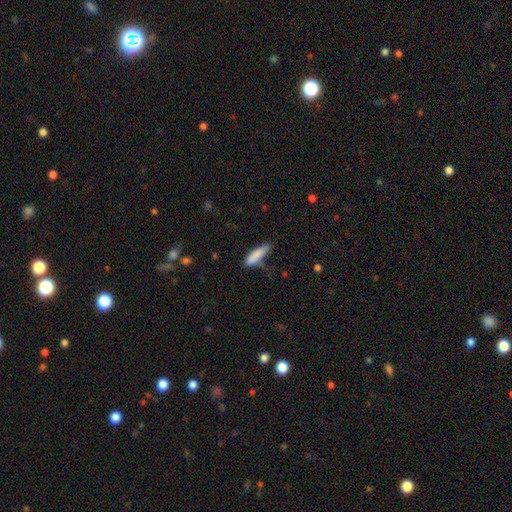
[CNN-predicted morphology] Overall: smooth (85%). How rounded: cigar-shaped (65%; in between 33%). Merging: none (57%; minor disturbance 29%).